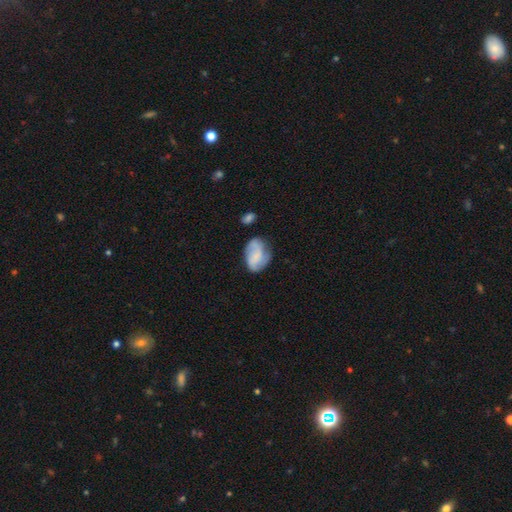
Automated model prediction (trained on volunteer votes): Smooth or featured?
  - smooth: 47% *
  - featured or disk: 45%
  - star or artifact: 8%
Merging?
  - none: 54% *
  - minor disturbance: 29%
  - major disturbance: 12%
  - merger: 5%